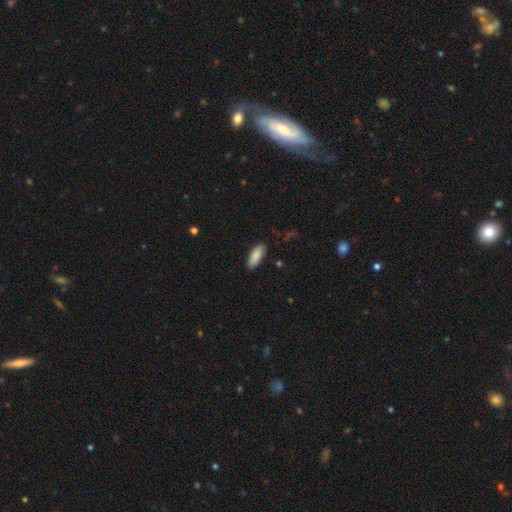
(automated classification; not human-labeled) Smooth or featured? Predicted: smooth (p=0.89). How rounded? Predicted: in between (p=0.72). Merging? Predicted: none (p=0.88).